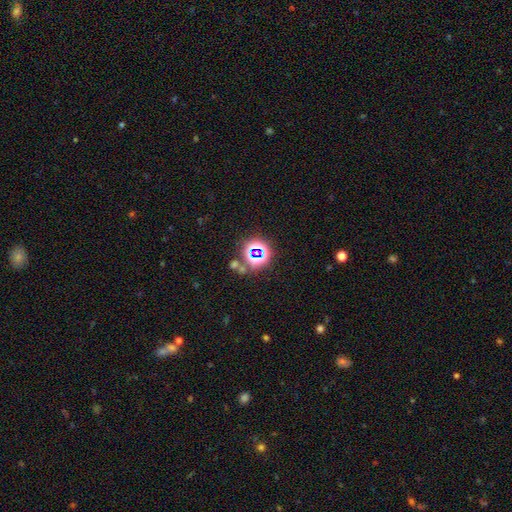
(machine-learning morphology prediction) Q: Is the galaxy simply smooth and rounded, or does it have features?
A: star or artifact — 66%.